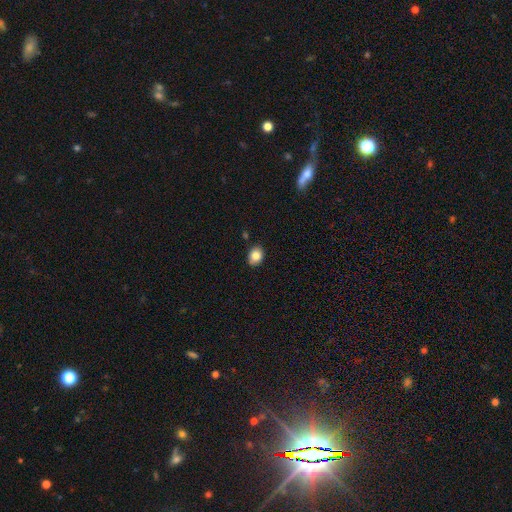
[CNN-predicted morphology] smooth 85%, star or artifact 9%, featured or disk 7%. Down the decision tree: how rounded — in between (59%); merging — none (87%).